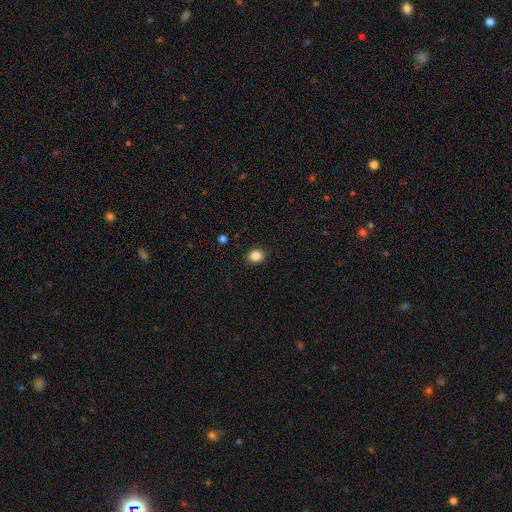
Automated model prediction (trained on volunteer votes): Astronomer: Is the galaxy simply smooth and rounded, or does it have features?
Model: smooth — 86%.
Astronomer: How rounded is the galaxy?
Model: round — 70%.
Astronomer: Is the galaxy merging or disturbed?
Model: none — 90%.